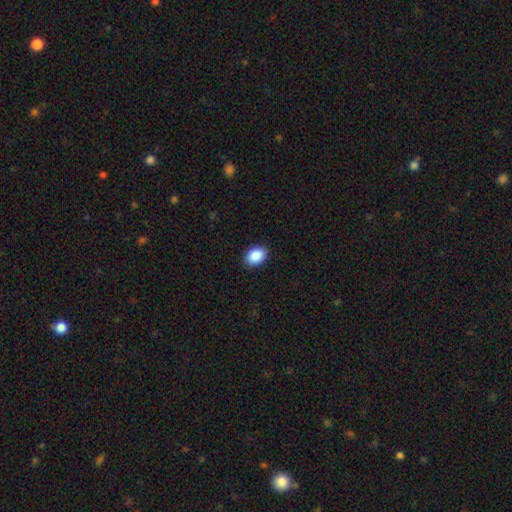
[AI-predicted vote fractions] This appears to be a smooth galaxy with no disk features (90%) that is in between round and cigar-shaped (79%). Merging: none (90%).